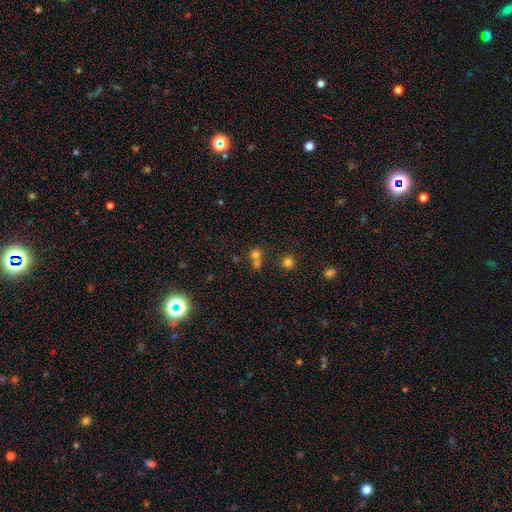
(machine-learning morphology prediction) Smooth or featured? smooth (66%)
How rounded? round (85%)
Merging? none (47%)